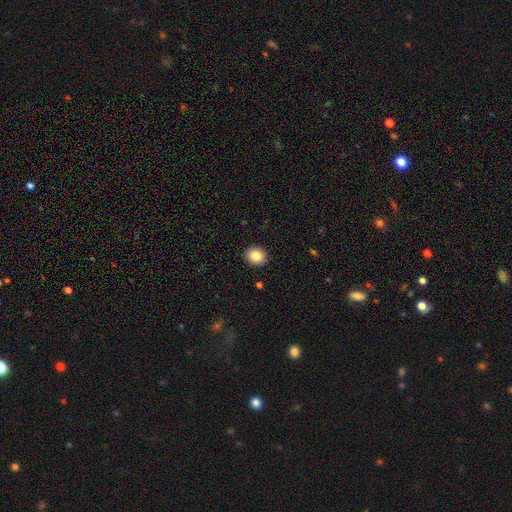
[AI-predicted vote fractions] A smooth galaxy with no disk features (86%) that is round (78%). Merging: none (92%).